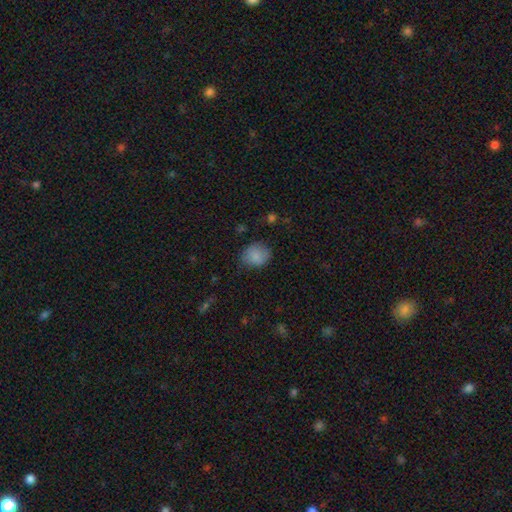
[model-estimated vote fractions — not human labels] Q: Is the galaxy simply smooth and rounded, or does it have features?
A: smooth — 83%.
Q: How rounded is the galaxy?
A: round — 58%.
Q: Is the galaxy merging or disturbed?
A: none — 69%.